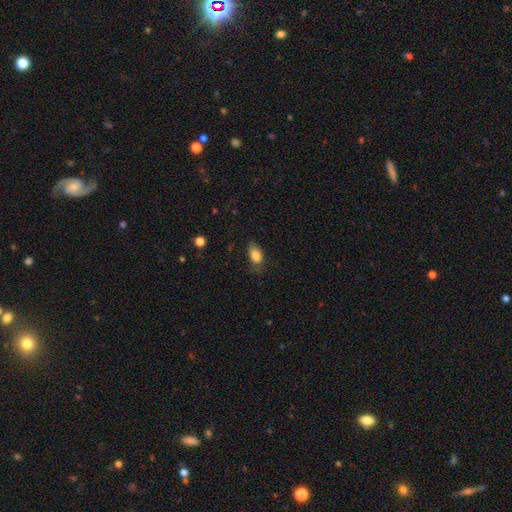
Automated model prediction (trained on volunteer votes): This is clearly a smooth galaxy (83%). How rounded: clearly in between (86%). Merging: possibly none (59%).